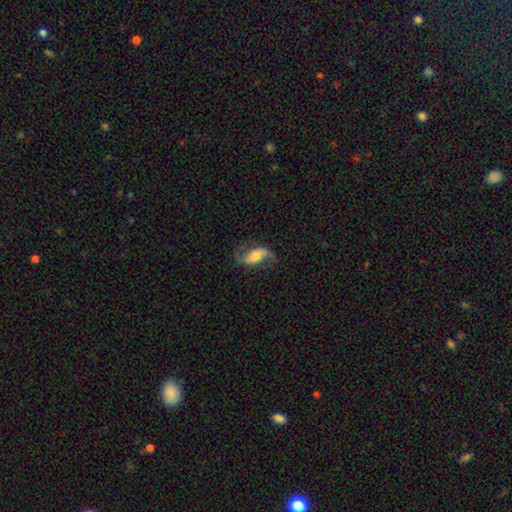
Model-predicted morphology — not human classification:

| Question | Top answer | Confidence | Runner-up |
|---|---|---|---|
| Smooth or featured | featured or disk | 70% | smooth (23%) |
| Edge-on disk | no | 94% | yes (6%) |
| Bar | no | 43% | weak (34%) |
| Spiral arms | yes | 92% | no (8%) |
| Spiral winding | loose | 71% | medium (23%) |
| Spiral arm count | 2 | 90% | 1 (4%) |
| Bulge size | moderate | 47% | small (31%) |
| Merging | none | 69% | minor disturbance (18%) |